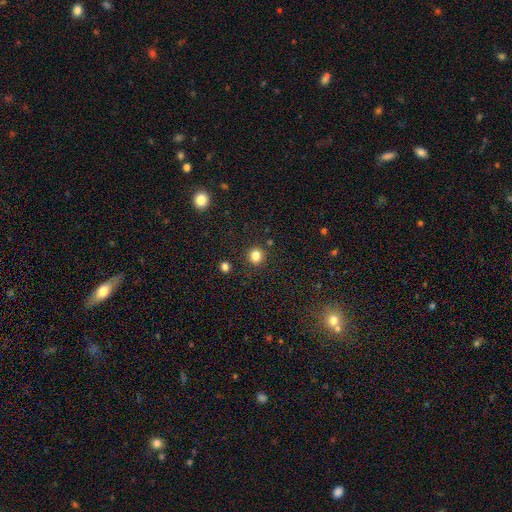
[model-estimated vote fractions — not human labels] This appears to be a smooth galaxy with no disk features (82%) that is round (91%). Merging: none (90%).